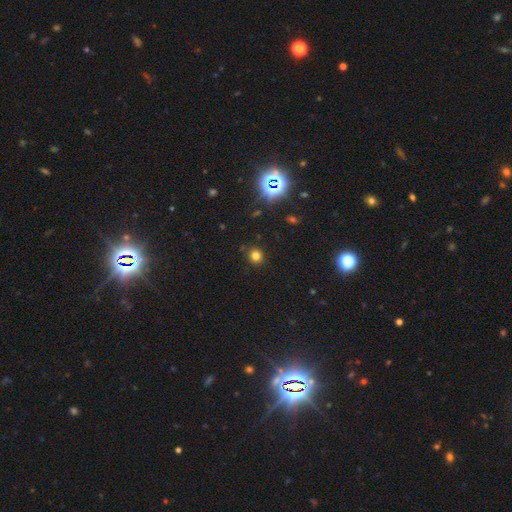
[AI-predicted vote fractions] smooth-or-featured: smooth: 76% | star or artifact: 19% | featured or disk: 6%
  how-rounded: round: 88% | in between: 12% | cigar-shaped: 1%
  merging: none: 88% | minor disturbance: 7% | major disturbance: 2% | merger: 2%